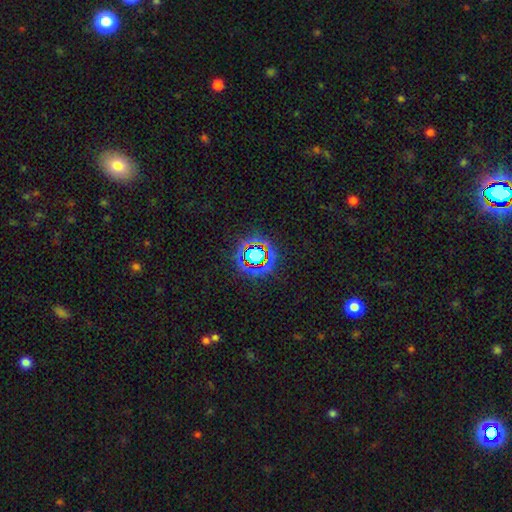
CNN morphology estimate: This is likely a star or artifact rather than a galaxy (71%).